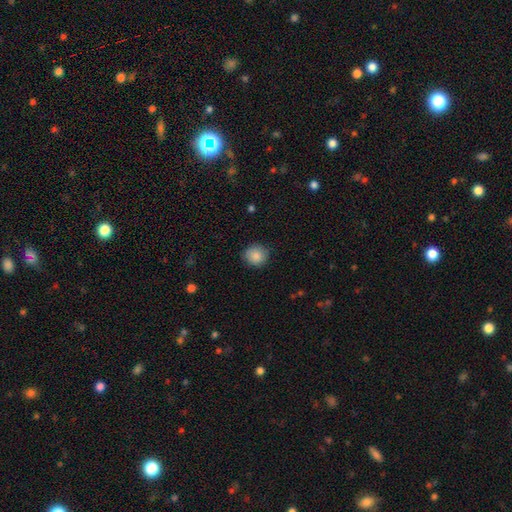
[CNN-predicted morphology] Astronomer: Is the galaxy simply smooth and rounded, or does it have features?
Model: smooth — 87%.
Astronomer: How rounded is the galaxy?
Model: round — 90%.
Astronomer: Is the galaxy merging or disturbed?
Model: none — 86%.